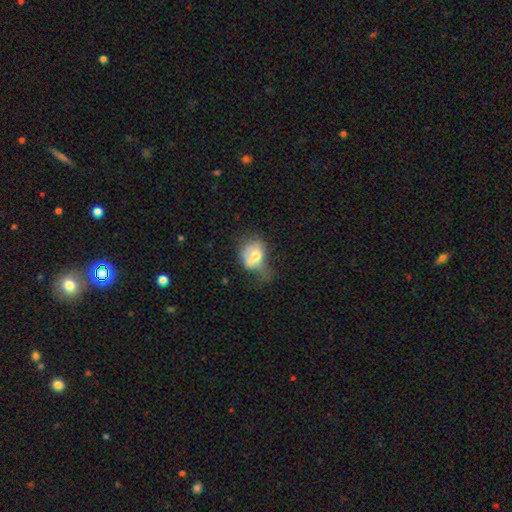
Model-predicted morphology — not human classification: smooth_or_featured: smooth (p=0.63) [alt: featured or disk p=0.27]
how_rounded: in between (p=0.63) [alt: round p=0.36]
merging: major disturbance (p=0.40) [alt: minor disturbance p=0.28]